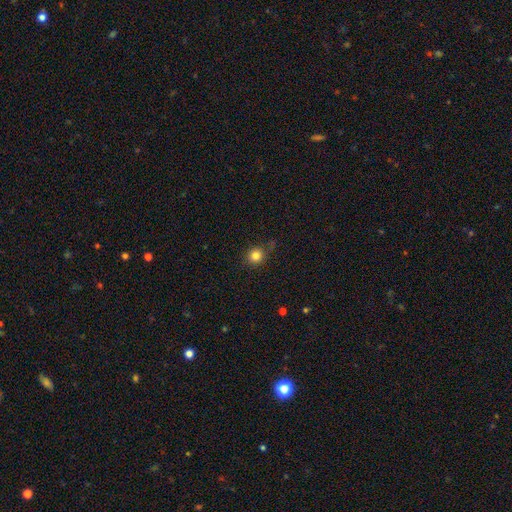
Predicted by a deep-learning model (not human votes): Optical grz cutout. It shows a smooth galaxy with no disk features (82%) that is round (87%). Merging: none (75%).